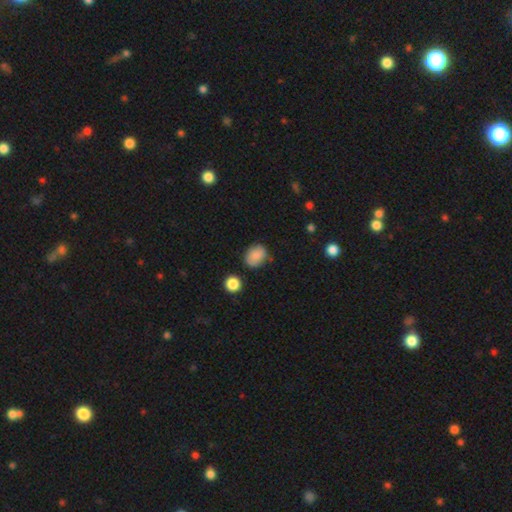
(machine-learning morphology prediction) Smooth or featured: smooth — 85% (star or artifact — 9%)
How rounded: in between — 58% (round — 41%)
Merging: none — 74% (minor disturbance — 19%)